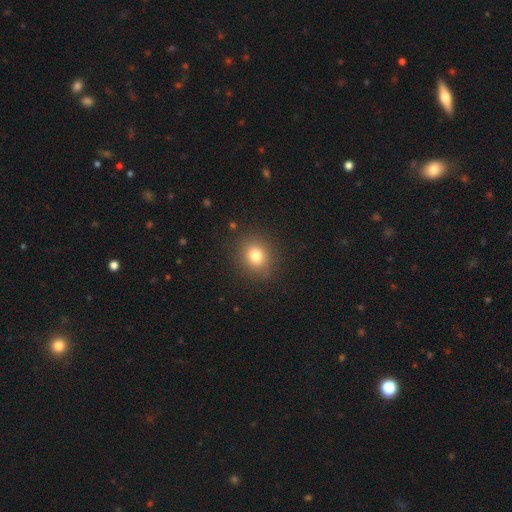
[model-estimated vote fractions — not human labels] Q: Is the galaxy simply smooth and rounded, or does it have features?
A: smooth — 78%.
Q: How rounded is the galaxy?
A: round — 72%.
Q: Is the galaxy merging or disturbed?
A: none — 88%.